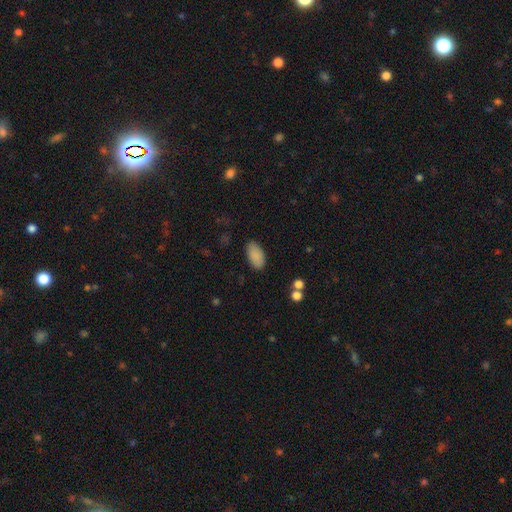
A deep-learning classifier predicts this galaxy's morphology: type=smooth (88%); roundness=in between (94%); merging=none (84%).